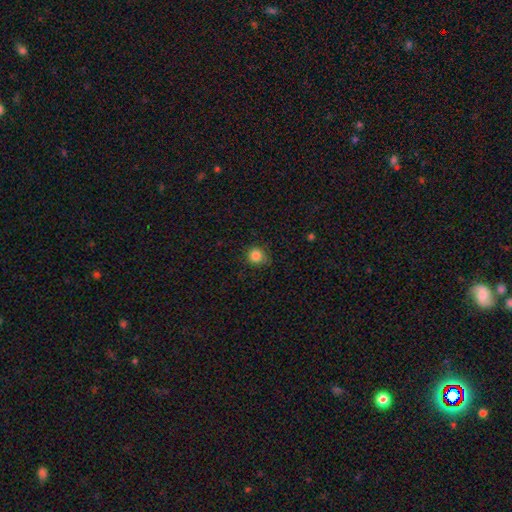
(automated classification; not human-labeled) Overall: smooth (85%). How rounded: round (88%). Merging: none (79%).